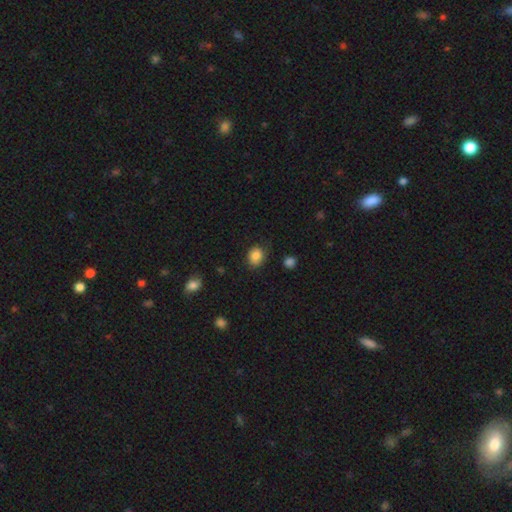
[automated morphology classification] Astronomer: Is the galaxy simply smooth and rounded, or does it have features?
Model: smooth — 84%.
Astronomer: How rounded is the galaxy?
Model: round — 56% (runner-up: in between, 43%).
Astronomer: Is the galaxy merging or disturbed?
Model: none — 75%.